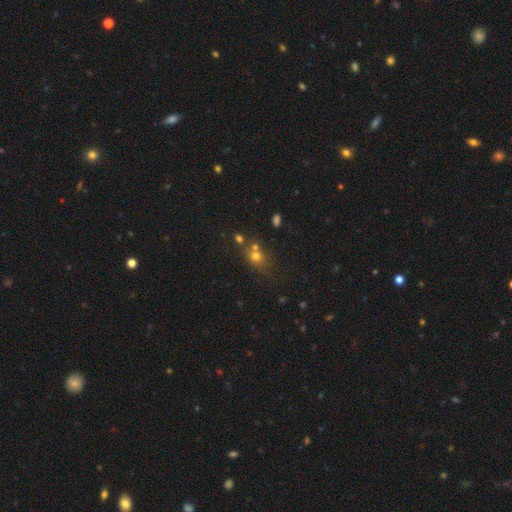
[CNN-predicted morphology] A smooth galaxy with no disk features (66%) that is round (68%).

Vote fractions:
- Smooth or featured? smooth: 66% / star or artifact: 19% / featured or disk: 15%
- How rounded? round: 68% / in between: 31% / cigar-shaped: 2%
- Merging? none: 49% / merger: 33% / minor disturbance: 12% / major disturbance: 6%